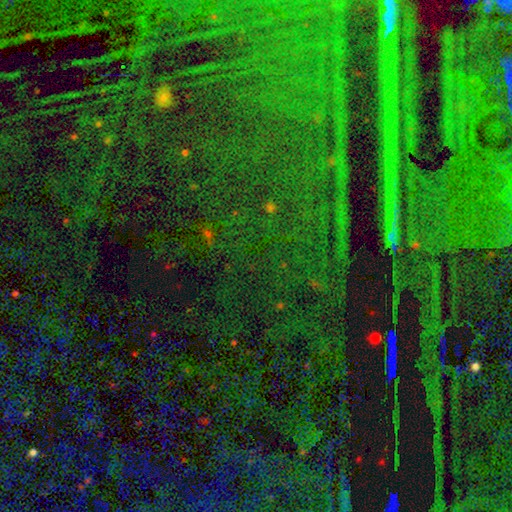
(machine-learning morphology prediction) star or artifact 86%, featured or disk 7%, smooth 7%.